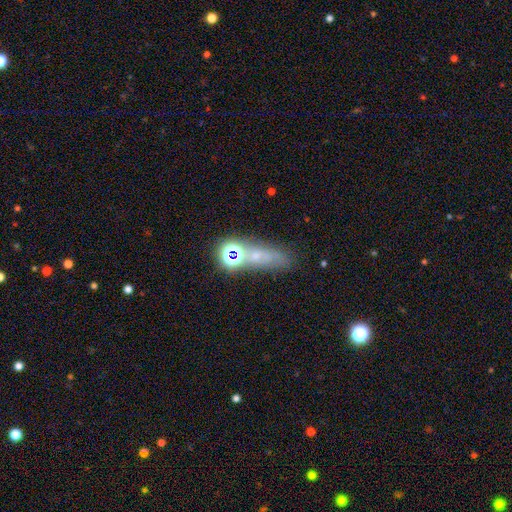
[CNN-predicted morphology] Overall: smooth (41%; star or artifact 34%). Merging: none (54%; minor disturbance 18%).